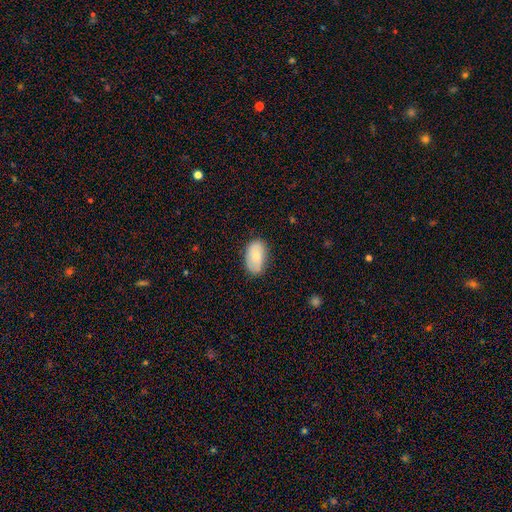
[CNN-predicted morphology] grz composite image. It shows a smooth galaxy with no disk features (72%) that is in between round and cigar-shaped (92%). Merging: none (77%).